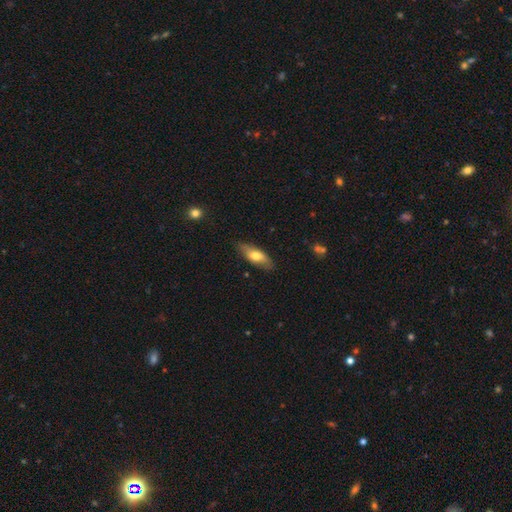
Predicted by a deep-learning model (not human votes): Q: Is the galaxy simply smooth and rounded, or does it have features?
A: smooth — 65%.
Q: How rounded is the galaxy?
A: in between — 71%.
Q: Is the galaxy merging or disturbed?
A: none — 81%.